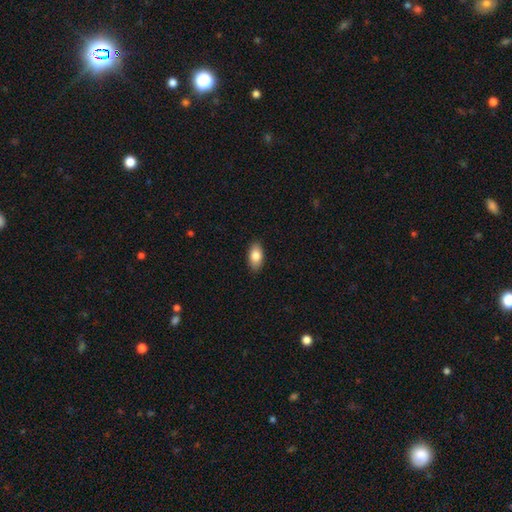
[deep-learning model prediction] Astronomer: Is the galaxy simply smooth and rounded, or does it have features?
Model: smooth — 84%.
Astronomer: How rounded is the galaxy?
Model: in between — 92%.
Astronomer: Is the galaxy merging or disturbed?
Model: none — 89%.